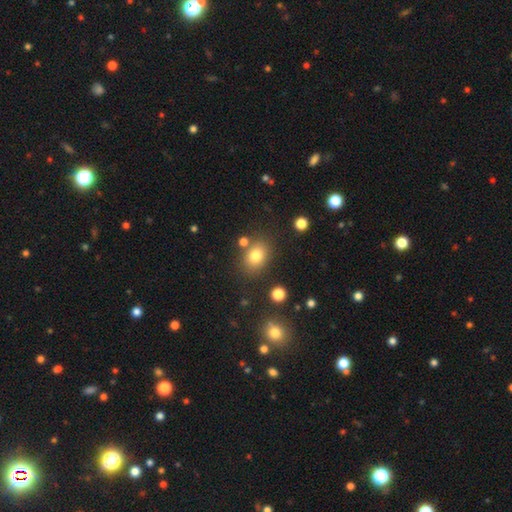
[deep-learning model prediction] Smooth or featured: smooth — 79% (star or artifact — 12%)
How rounded: in between — 57% (round — 42%)
Merging: none — 78% (minor disturbance — 11%)